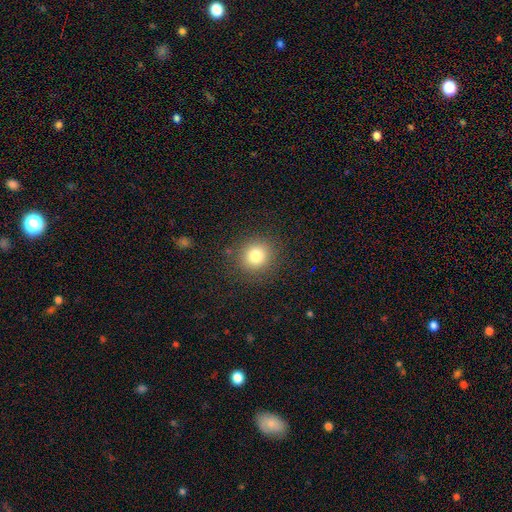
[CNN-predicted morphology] Q: Smooth or featured?
A: smooth (80%); runner-up: star or artifact (13%)
Q: How rounded?
A: round (91%); runner-up: in between (8%)
Q: Merging?
A: none (88%); runner-up: minor disturbance (8%)